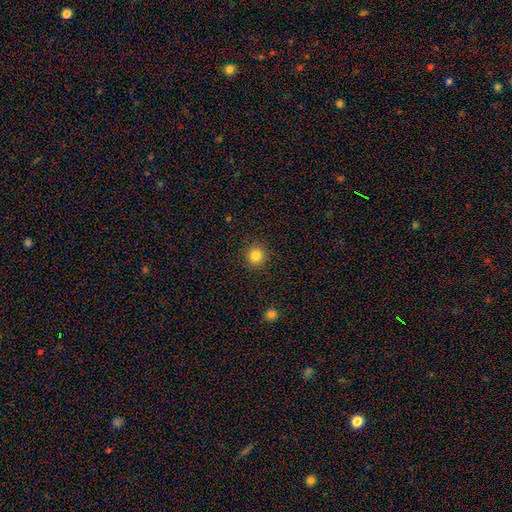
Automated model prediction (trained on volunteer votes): Morphology: type=smooth (84%); roundness=round (95%); merging=none (91%).